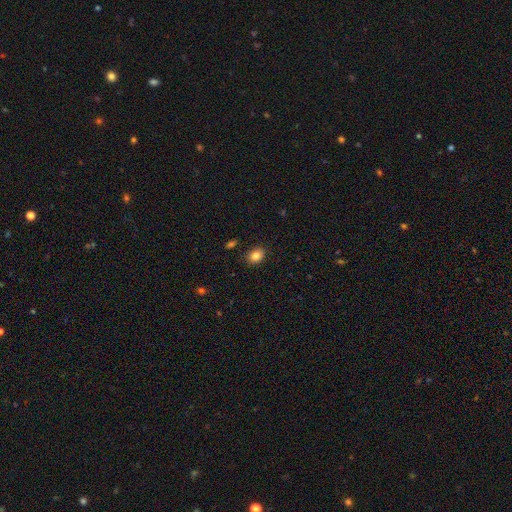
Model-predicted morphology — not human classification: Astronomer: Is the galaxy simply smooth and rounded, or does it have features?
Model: smooth — 85%.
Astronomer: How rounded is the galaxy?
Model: in between — 64%.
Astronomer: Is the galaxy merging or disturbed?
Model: none — 87%.